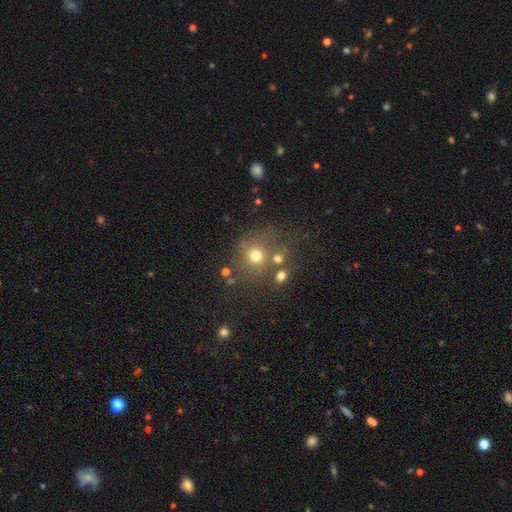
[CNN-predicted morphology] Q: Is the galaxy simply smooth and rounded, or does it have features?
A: smooth — 67%.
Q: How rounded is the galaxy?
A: round — 86%.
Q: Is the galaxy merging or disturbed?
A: none — 64%.